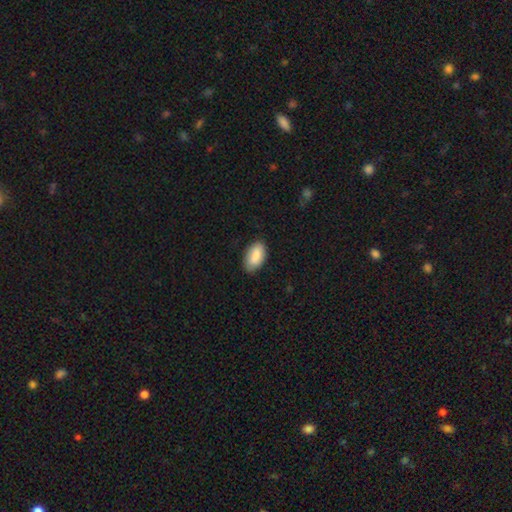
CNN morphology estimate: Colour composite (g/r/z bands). It shows a smooth galaxy with no disk features (88%) that is in between round and cigar-shaped (94%). Merging: none (82%).